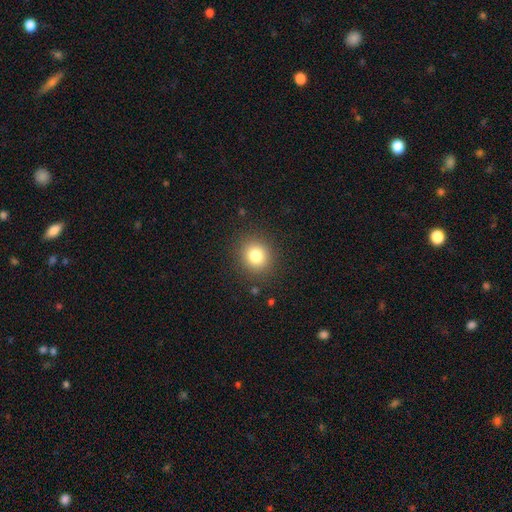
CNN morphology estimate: This is likely a smooth galaxy (80%). How rounded: clearly round (85%). Merging: clearly none (89%).